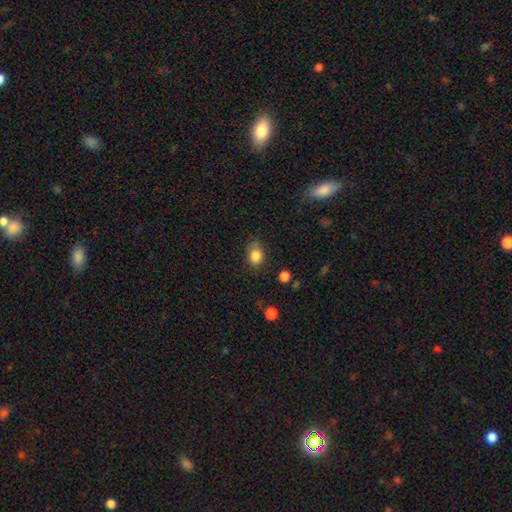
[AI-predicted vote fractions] This is clearly a smooth galaxy (84%). How rounded: possibly in between (59%). Merging: likely none (67%).